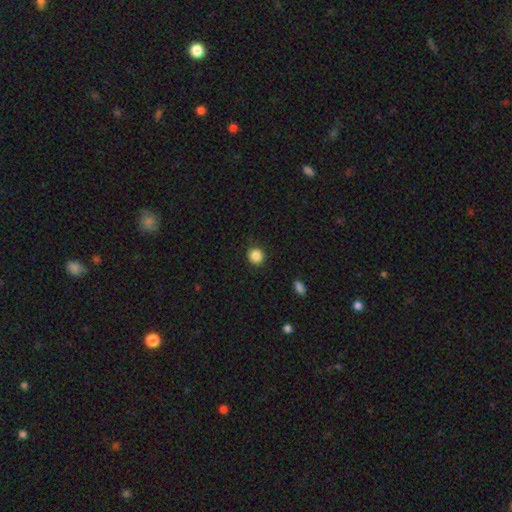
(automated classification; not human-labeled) This is clearly a smooth galaxy (87%). How rounded: clearly round (91%). Merging: clearly none (90%).